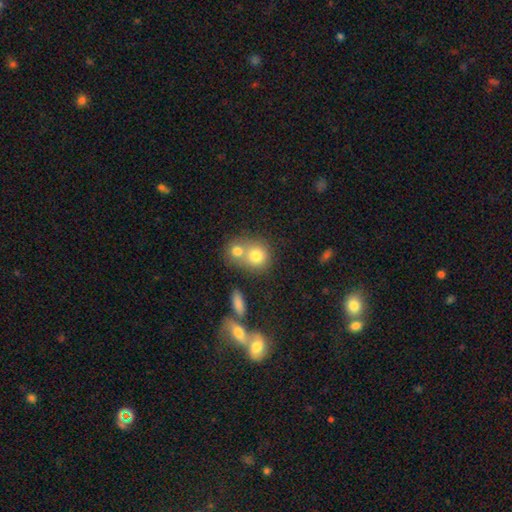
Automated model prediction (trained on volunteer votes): A smooth galaxy with no disk features (76%) that is round (77%). Merging: merger (56%).